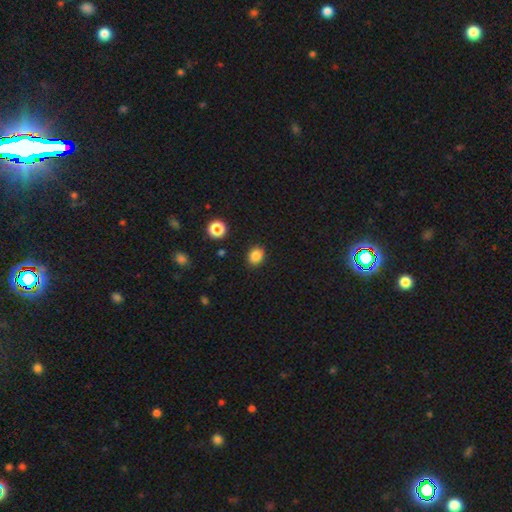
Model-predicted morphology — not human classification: A smooth galaxy with no disk features (85%) that is round (53%). Merging: none (87%).